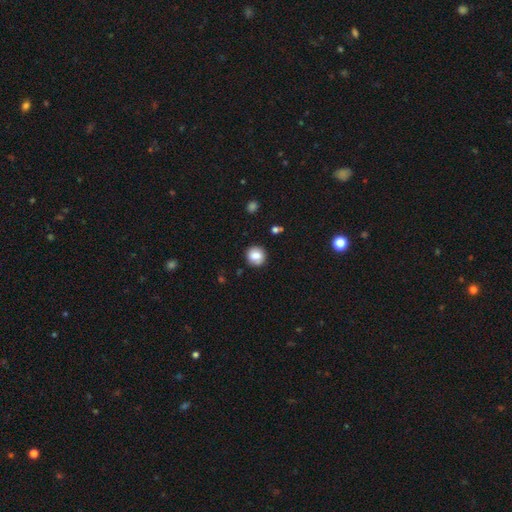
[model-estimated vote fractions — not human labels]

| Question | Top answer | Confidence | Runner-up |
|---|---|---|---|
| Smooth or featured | smooth | 82% | star or artifact (10%) |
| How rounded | round | 90% | in between (9%) |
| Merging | none | 86% | minor disturbance (10%) |